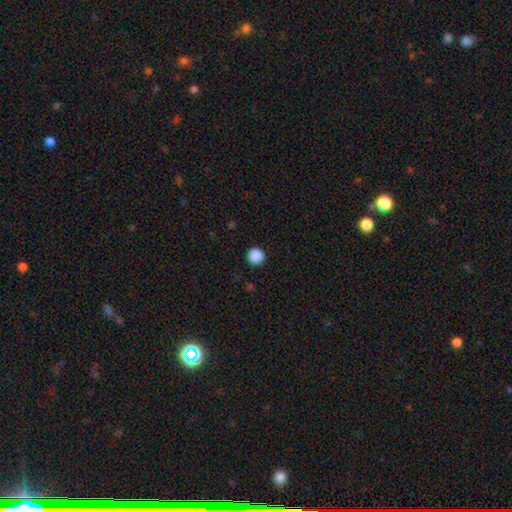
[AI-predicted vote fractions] A smooth galaxy with no disk features (89%) that is round (96%).

Vote fractions:
- Smooth or featured? smooth: 89% / star or artifact: 9% / featured or disk: 2%
- How rounded? round: 96% / in between: 3% / cigar-shaped: 1%
- Merging? none: 93% / minor disturbance: 4% / major disturbance: 2% / merger: 1%